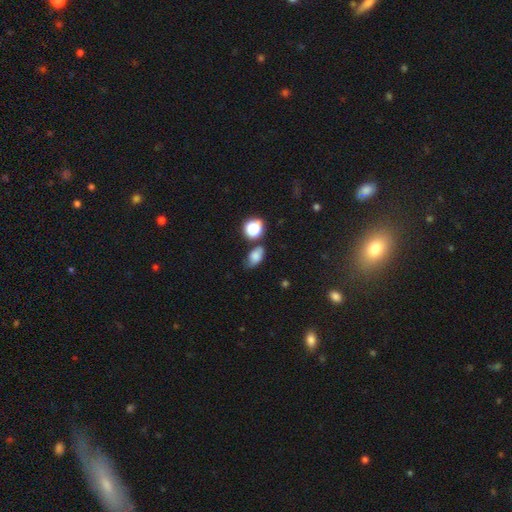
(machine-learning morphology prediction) Overall: smooth (68%). How rounded: in between (79%). Merging: none (53%; minor disturbance 29%).